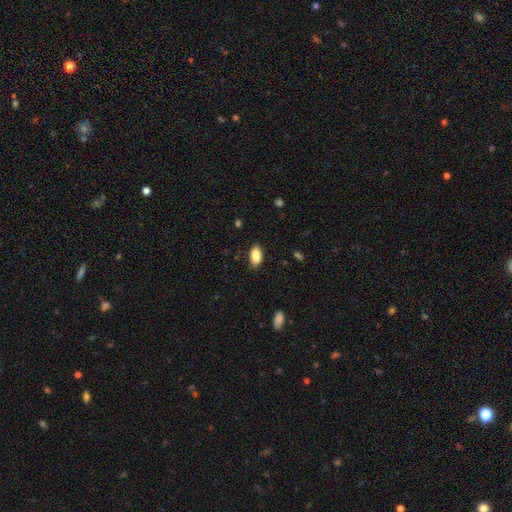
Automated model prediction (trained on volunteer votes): The model was most divided on "merging": none: 84%, minor disturbance: 12%, major disturbance: 2%, merger: 1%. More confident: how rounded — in between (93%); smooth or featured — smooth (85%).